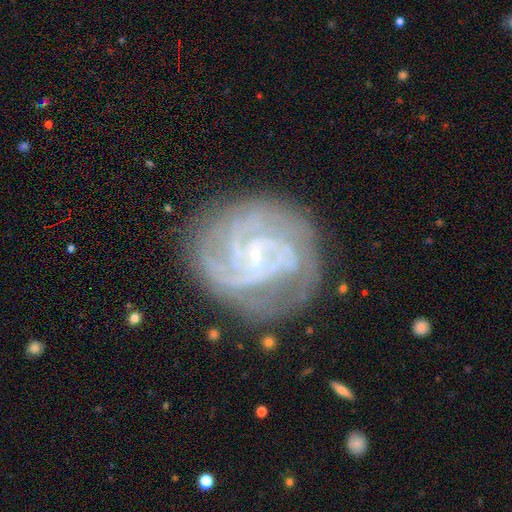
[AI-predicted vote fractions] smooth-or-featured: featured or disk: 88% | star or artifact: 6% | smooth: 6%
  disk-edge-on: no: 98% | yes: 2%
    bar: no: 50% | weak: 38% | strong: 13%
    has-spiral-arms: yes: 97% | no: 3%
      spiral-winding: tight: 61% | medium: 33% | loose: 6%
      spiral-arm-count: 3: 27% | 4: 22% | can't tell: 20% | 2: 17% | more than 4: 8% | 1: 7%
    bulge-size: small: 87% | moderate: 6% | none: 5% | large: 1% | dominant: 1%
  merging: none: 74% | minor disturbance: 16% | major disturbance: 8% | merger: 2%